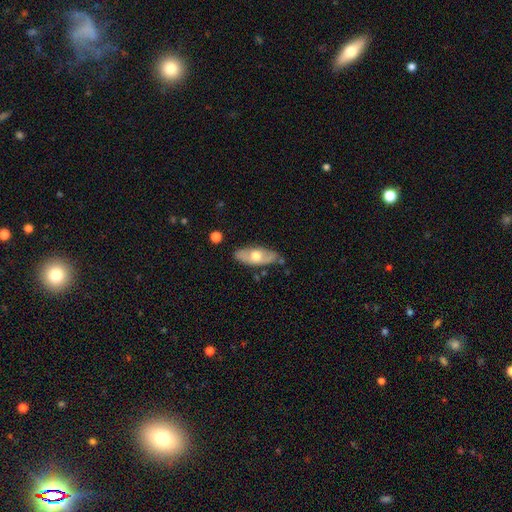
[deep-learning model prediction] smooth 49%, featured or disk 45%, star or artifact 5%. Down the decision tree: merging — none (76%).